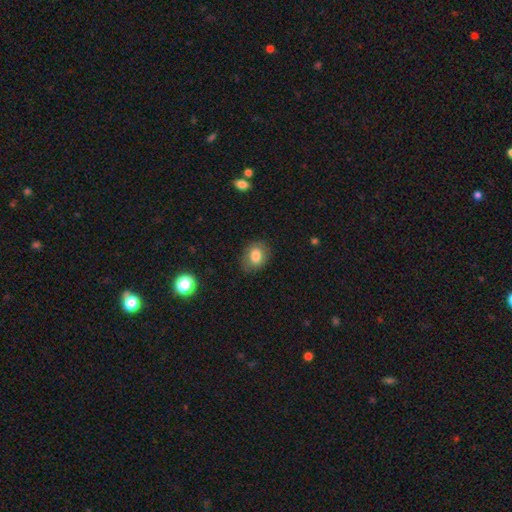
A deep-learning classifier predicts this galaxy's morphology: Smooth or featured? Predicted: smooth (p=0.80). How rounded? Predicted: in between (p=0.64). Merging? Predicted: none (p=0.79).